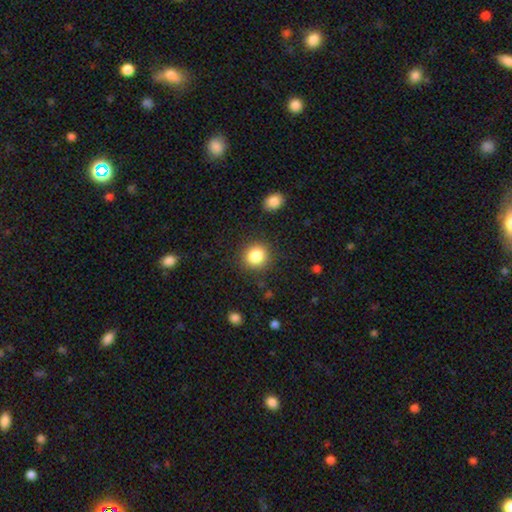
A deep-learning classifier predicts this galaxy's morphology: Overall: smooth (84%). How rounded: round (84%). Merging: none (88%).